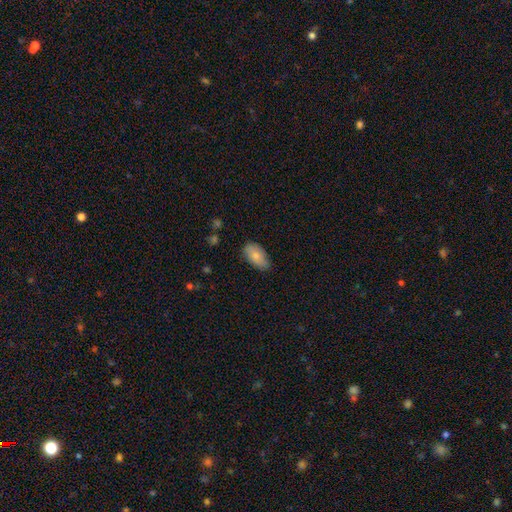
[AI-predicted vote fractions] A smooth galaxy with no disk features (81%) that is in between round and cigar-shaped (94%).

Vote fractions:
- Smooth or featured? smooth: 81% / featured or disk: 13% / star or artifact: 6%
- How rounded? in between: 94% / round: 3% / cigar-shaped: 3%
- Merging? none: 75% / minor disturbance: 20% / major disturbance: 3% / merger: 1%